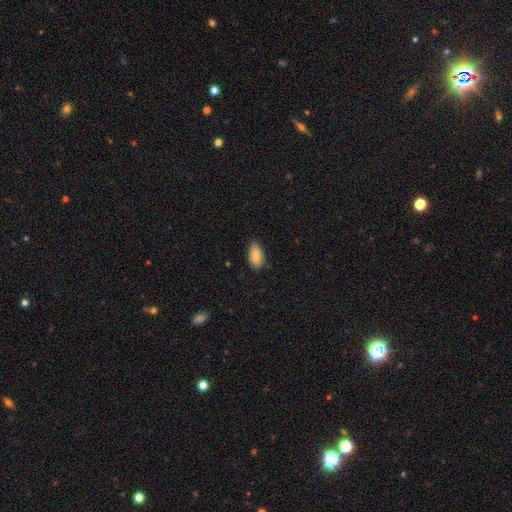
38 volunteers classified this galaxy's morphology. type=smooth (92%); roundness=in between (91%); merging=none (61%).